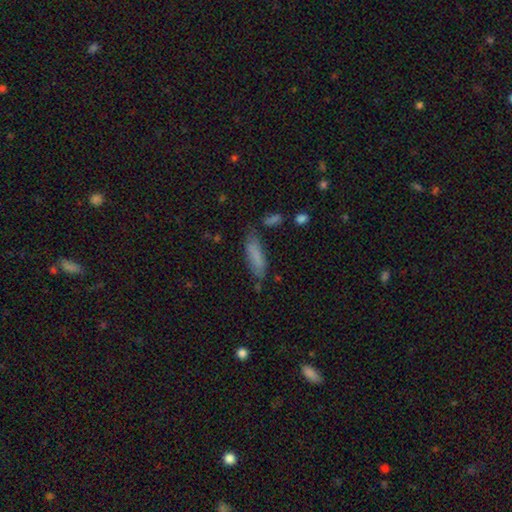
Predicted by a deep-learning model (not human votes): A smooth galaxy with no disk features (79%) that is cigar-shaped (61%). Merging: none (70%).